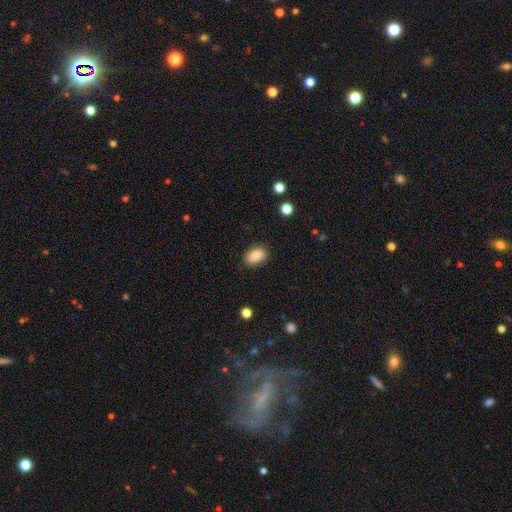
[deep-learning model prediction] Morphology: type=smooth (88%); roundness=in between (90%); merging=none (86%).